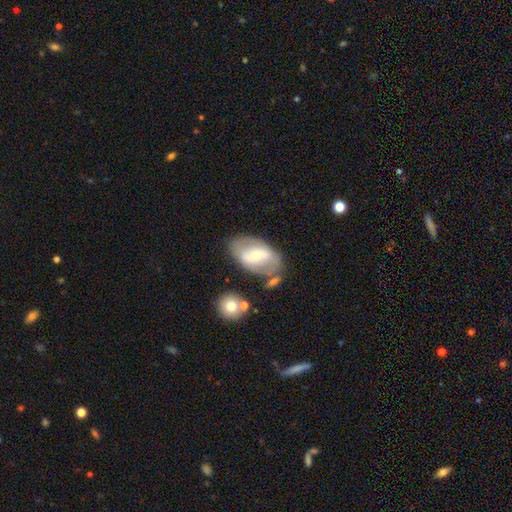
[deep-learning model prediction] Smooth or featured? Predicted: featured or disk (p=0.57). Edge-on disk? Predicted: no (p=0.91). Bar? Predicted: strong (p=0.43). Spiral arms? Predicted: no (p=0.59). Bulge size? Predicted: small (p=0.47). Merging? Predicted: none (p=0.63).